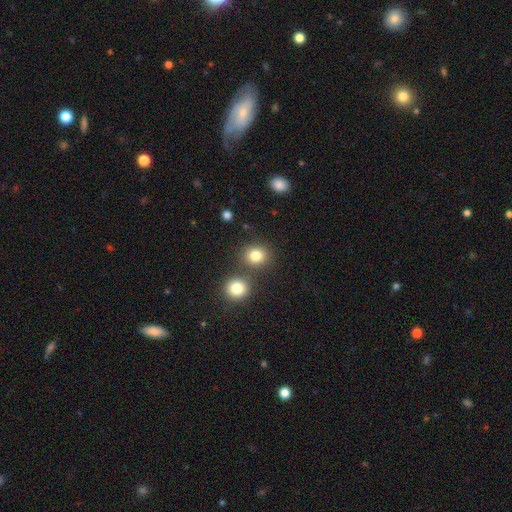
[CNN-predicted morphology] A smooth galaxy with no disk features (82%) that is round (79%). Merging: none (72%).